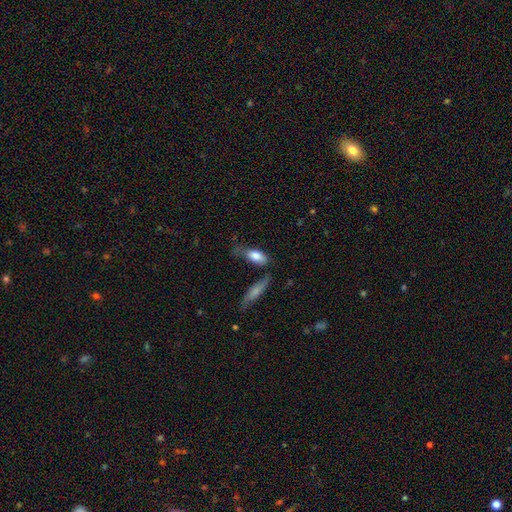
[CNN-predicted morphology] smooth 78%, featured or disk 15%, star or artifact 6%. Down the decision tree: how rounded — in between (80%); merging — none (46%).